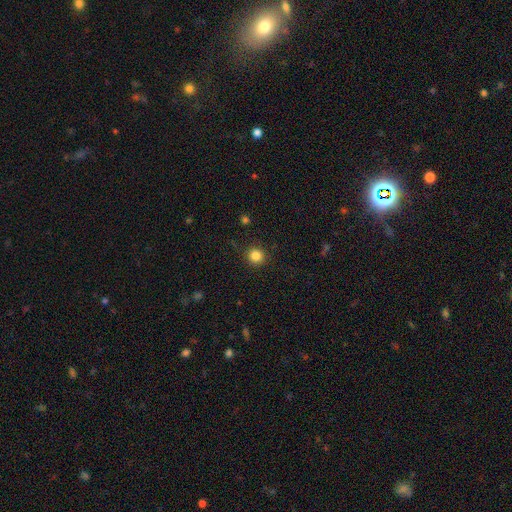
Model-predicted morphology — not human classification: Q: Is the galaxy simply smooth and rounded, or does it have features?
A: smooth — 85%.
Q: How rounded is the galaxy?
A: round — 94%.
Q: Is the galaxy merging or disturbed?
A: none — 90%.